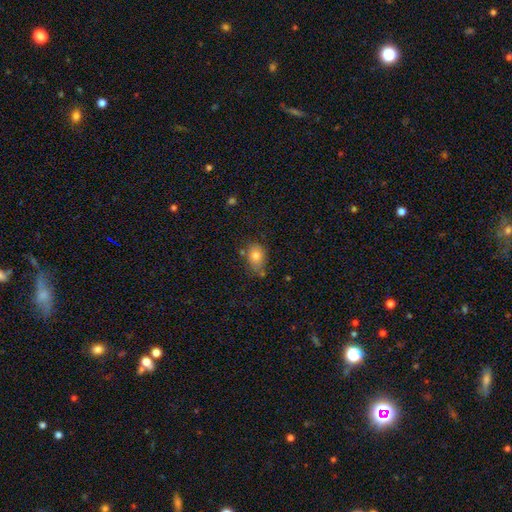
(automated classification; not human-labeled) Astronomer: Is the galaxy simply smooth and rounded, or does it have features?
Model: smooth — 79%.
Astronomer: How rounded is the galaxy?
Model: in between — 67%.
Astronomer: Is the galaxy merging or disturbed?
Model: none — 63%.